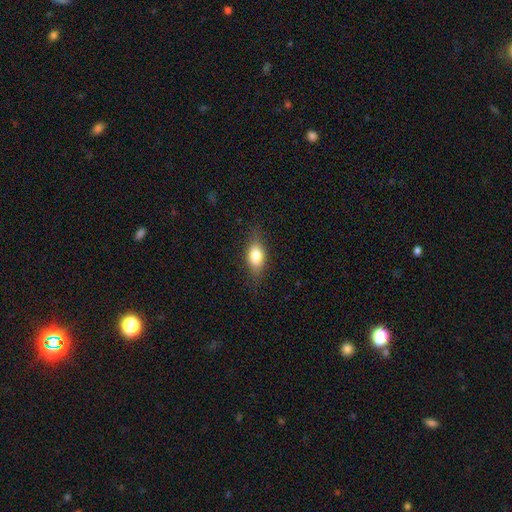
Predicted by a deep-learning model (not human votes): This appears to be a smooth galaxy with no disk features (74%) that is in between round and cigar-shaped (79%). Merging: none (80%).